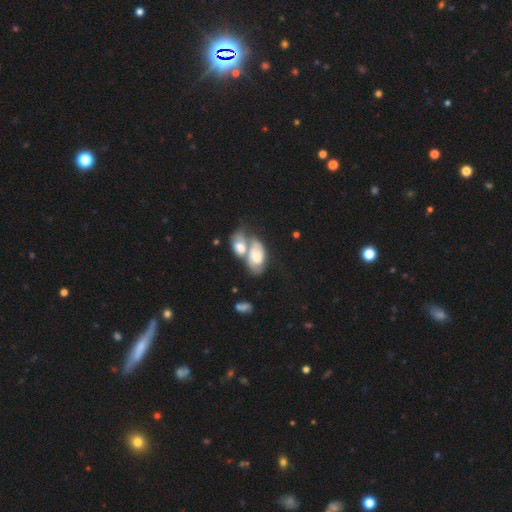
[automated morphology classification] Q: Smooth or featured?
A: featured or disk (48%); runner-up: smooth (45%)
Q: Merging?
A: merger (64%); runner-up: none (18%)